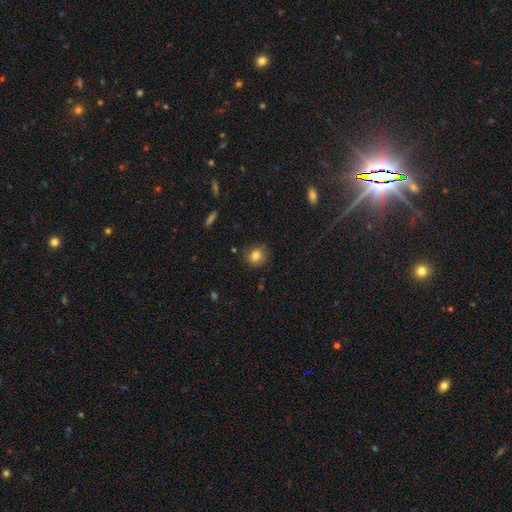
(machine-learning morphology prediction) smooth 79%, star or artifact 11%, featured or disk 10%. Down the decision tree: how rounded — round (75%); merging — none (77%).